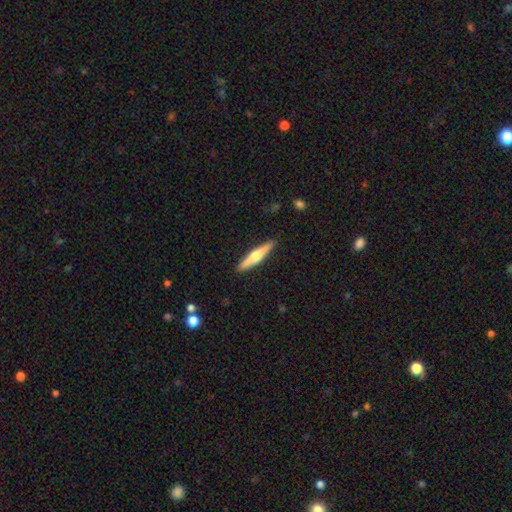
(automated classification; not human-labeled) smooth_or_featured: featured or disk (p=0.56) [alt: smooth p=0.39]
disk_edge_on: yes (p=0.97) [alt: no p=0.03]
edge_on_bulge: rounded (p=0.89) [alt: none p=0.06]
merging: none (p=0.91) [alt: minor disturbance p=0.07]